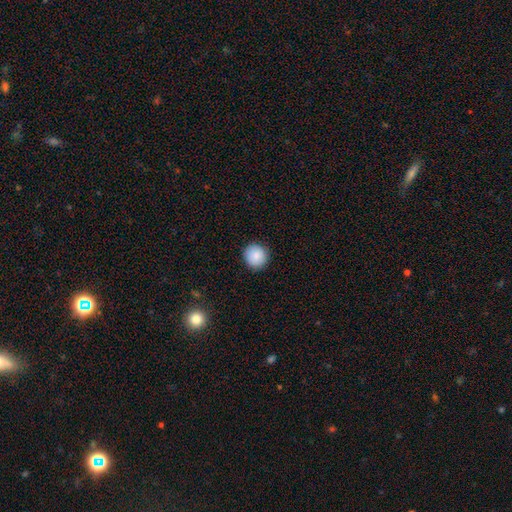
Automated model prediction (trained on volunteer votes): smooth-or-featured: smooth: 88% | star or artifact: 8% | featured or disk: 5%
  how-rounded: round: 92% | in between: 7% | cigar-shaped: 1%
  merging: none: 91% | minor disturbance: 6% | major disturbance: 2% | merger: 1%